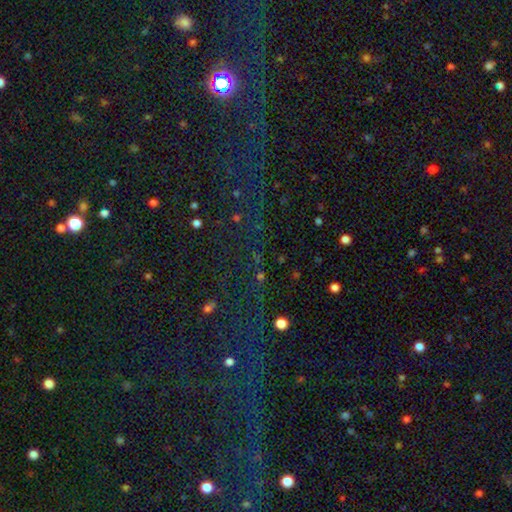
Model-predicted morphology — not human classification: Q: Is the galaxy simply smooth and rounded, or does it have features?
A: star or artifact — 78%.